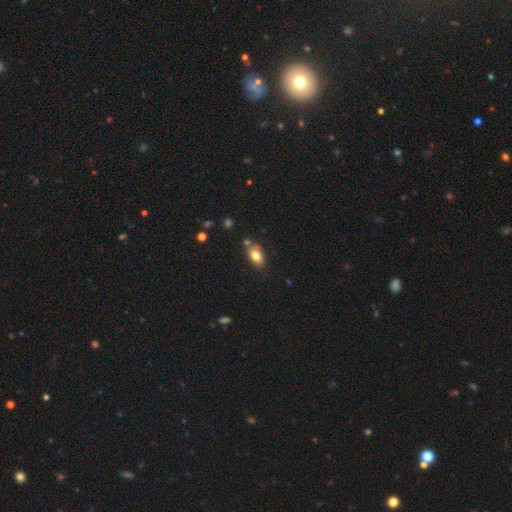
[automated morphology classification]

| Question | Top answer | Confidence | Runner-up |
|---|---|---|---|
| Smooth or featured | smooth | 78% | featured or disk (14%) |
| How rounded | in between | 88% | round (8%) |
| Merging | none | 70% | minor disturbance (16%) |